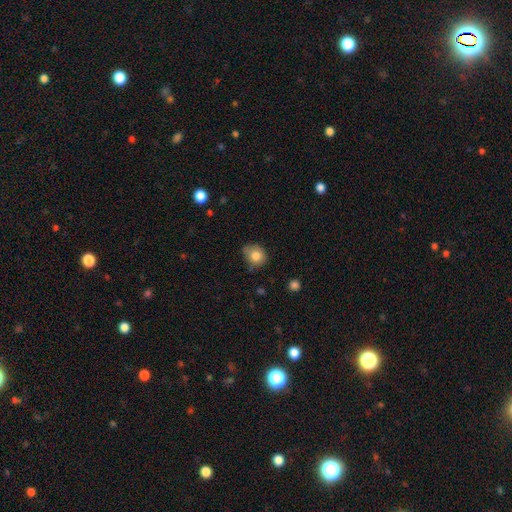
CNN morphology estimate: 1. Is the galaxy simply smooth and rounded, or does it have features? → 79% smooth, 12% featured or disk, 10% star or artifact.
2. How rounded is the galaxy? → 69% round, 30% in between, 1% cigar-shaped.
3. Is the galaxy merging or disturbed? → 58% none, 32% minor disturbance, 8% major disturbance, 2% merger.